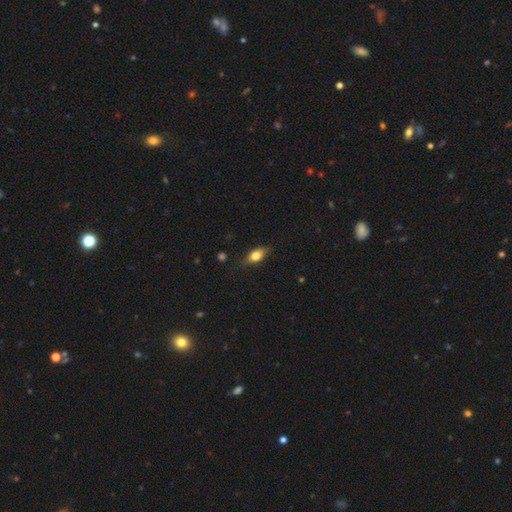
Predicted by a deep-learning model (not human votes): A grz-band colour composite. It shows a smooth galaxy with no disk features (72%) that is in between round and cigar-shaped (79%). Merging: none (77%).